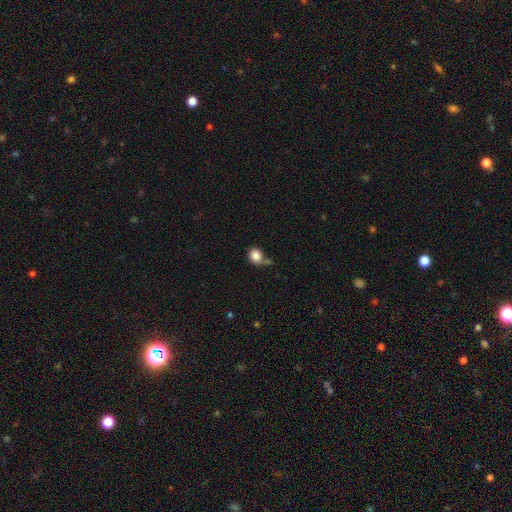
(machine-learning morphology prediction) This is clearly a smooth galaxy (85%). How rounded: likely round (73%). Merging: possibly none (48%).